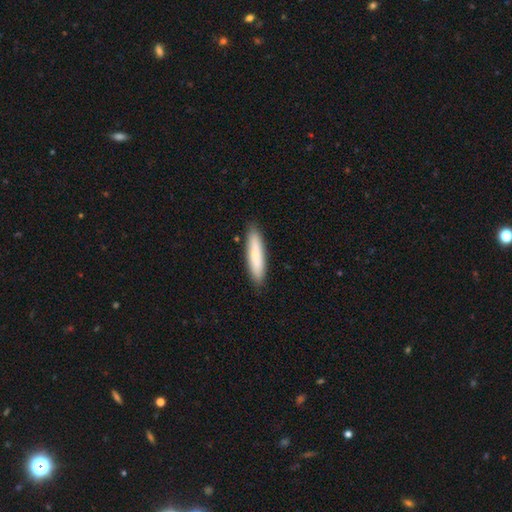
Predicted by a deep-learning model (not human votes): Smooth or featured? smooth (75%)
How rounded? cigar-shaped (82%)
Merging? none (89%)